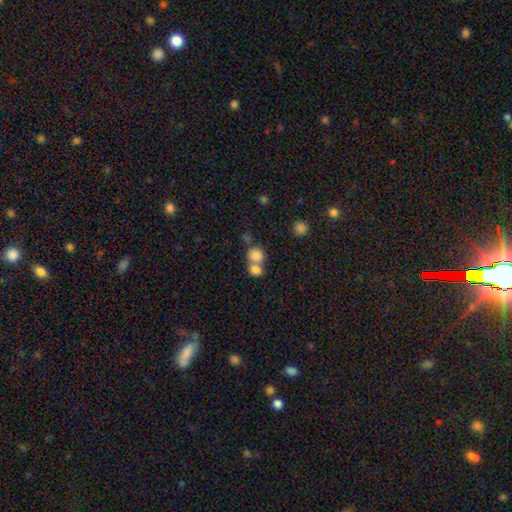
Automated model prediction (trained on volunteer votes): Smooth or featured?
  - smooth: 81% *
  - star or artifact: 10%
  - featured or disk: 9%
How rounded?
  - round: 78% *
  - in between: 21%
  - cigar-shaped: 1%
Merging?
  - merger: 56% *
  - none: 35%
  - minor disturbance: 6%
  - major disturbance: 3%